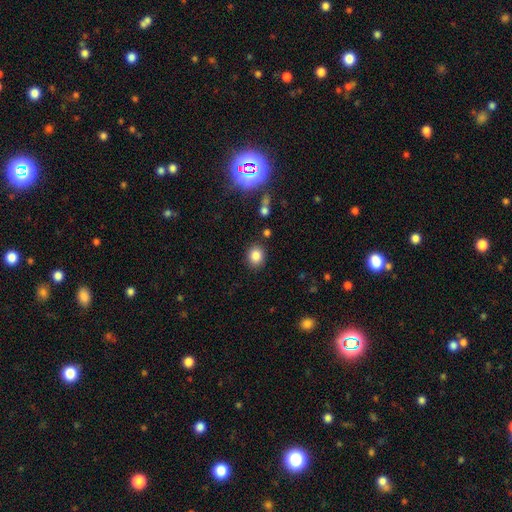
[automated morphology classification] smooth-or-featured: smooth: 83% | star or artifact: 11% | featured or disk: 6%
  how-rounded: round: 66% | in between: 33% | cigar-shaped: 1%
  merging: none: 86% | minor disturbance: 8% | merger: 3% | major disturbance: 3%